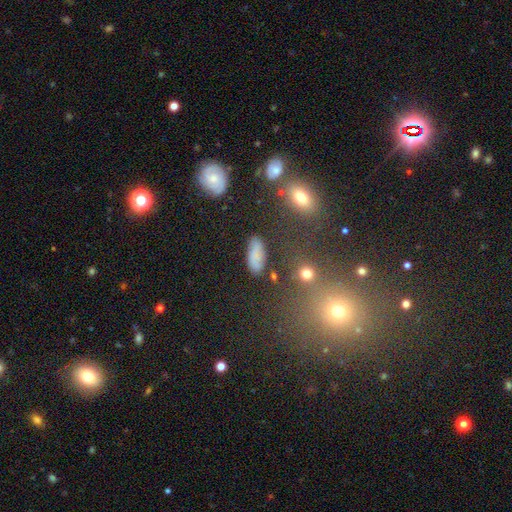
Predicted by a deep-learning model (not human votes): This appears to be a smooth galaxy with no disk features (66%) that is in between round and cigar-shaped (80%). Merging: none (74%).